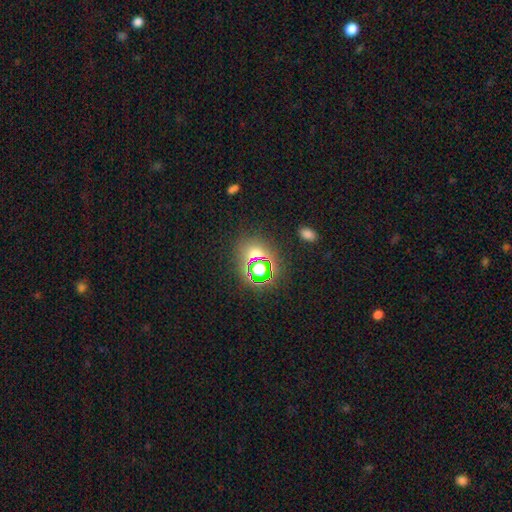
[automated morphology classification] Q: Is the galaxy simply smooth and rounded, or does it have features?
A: star or artifact — 65%.